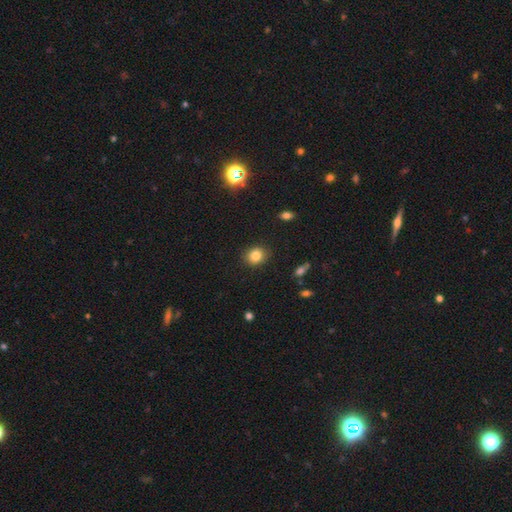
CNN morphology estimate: Smooth or featured? Predicted: smooth (p=0.82). How rounded? Predicted: round (p=0.69). Merging? Predicted: none (p=0.88).